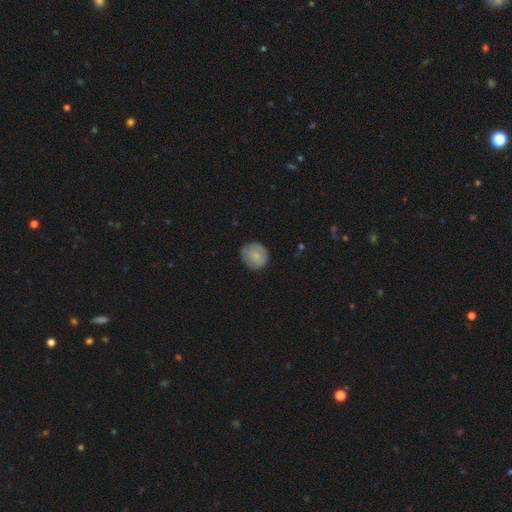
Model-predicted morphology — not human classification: This is likely a smooth galaxy (79%). How rounded: clearly round (90%). Merging: likely none (77%).